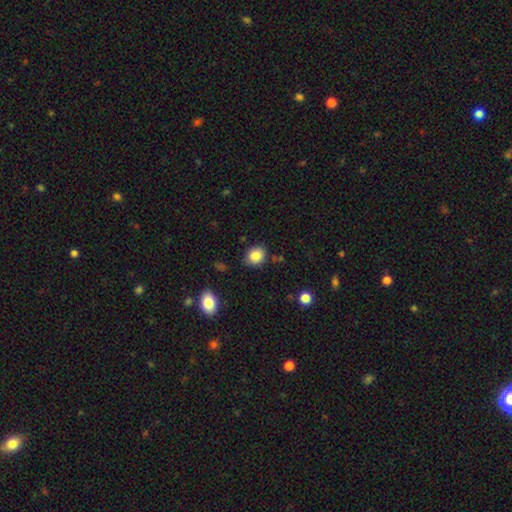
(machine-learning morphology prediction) Smooth or featured?
  - smooth: 85% *
  - star or artifact: 9%
  - featured or disk: 5%
How rounded?
  - round: 61% *
  - in between: 38%
  - cigar-shaped: 1%
Merging?
  - none: 79% *
  - minor disturbance: 15%
  - major disturbance: 3%
  - merger: 2%